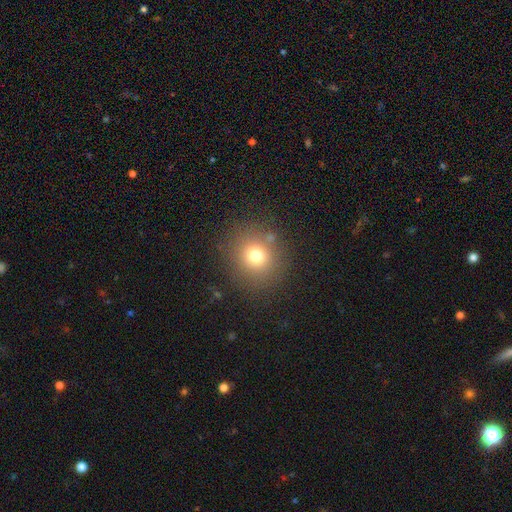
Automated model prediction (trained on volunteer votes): This appears to be a smooth galaxy with no disk features (74%) that is round (85%). Merging: none (84%).